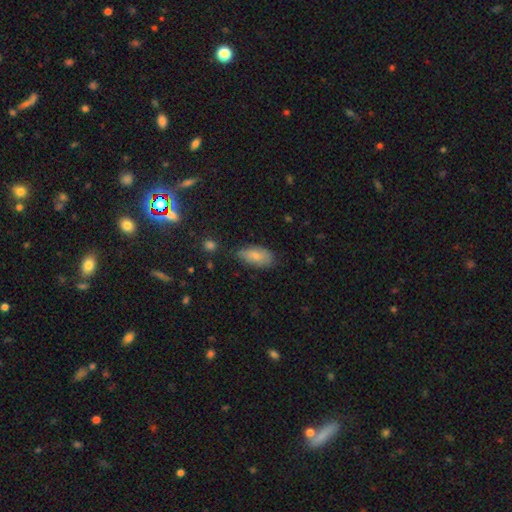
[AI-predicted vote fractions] A smooth galaxy with no disk features (80%) that is in between round and cigar-shaped (92%).

Vote fractions:
- Smooth or featured? smooth: 80% / featured or disk: 13% / star or artifact: 7%
- How rounded? in between: 92% / cigar-shaped: 5% / round: 3%
- Merging? none: 64% / minor disturbance: 29% / major disturbance: 5% / merger: 2%